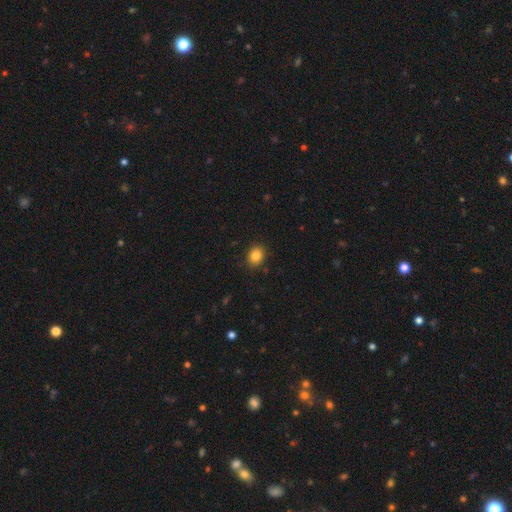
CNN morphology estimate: A smooth galaxy with no disk features (84%) that is round (59%).

Vote fractions:
- Smooth or featured? smooth: 84% / star or artifact: 10% / featured or disk: 6%
- How rounded? round: 59% / in between: 40% / cigar-shaped: 1%
- Merging? none: 89% / minor disturbance: 8% / major disturbance: 2% / merger: 1%